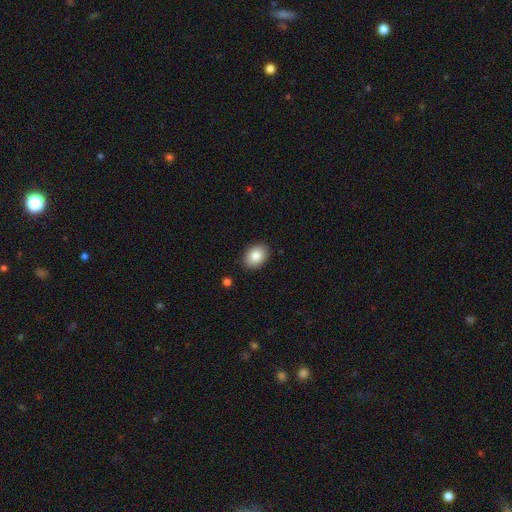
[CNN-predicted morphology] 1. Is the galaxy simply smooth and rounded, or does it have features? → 85% smooth, 8% featured or disk, 7% star or artifact.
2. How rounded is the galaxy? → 76% in between, 23% round, 1% cigar-shaped.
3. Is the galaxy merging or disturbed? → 89% none, 8% minor disturbance, 2% major disturbance, 1% merger.